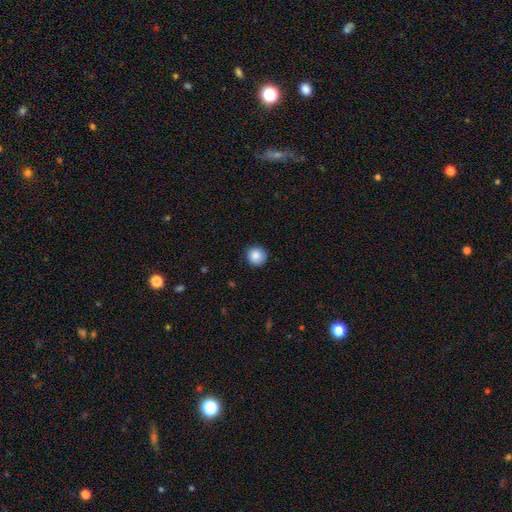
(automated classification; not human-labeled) Morphology: type=smooth (87%); roundness=round (94%); merging=none (88%).